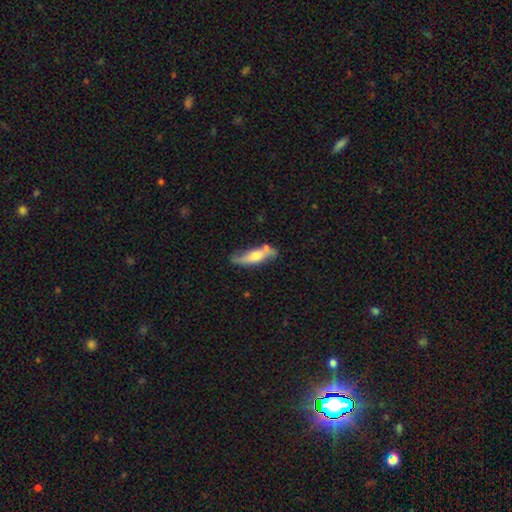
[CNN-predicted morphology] The model was most divided on "edge-on disk" (2-way tie): yes: 50%, no: 50%. More confident: merging — none (63%); smooth or featured — featured or disk (50%).